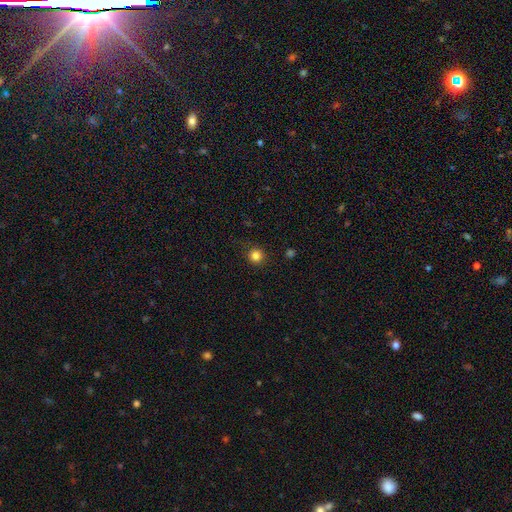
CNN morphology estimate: This appears to be a smooth galaxy with no disk features (83%) that is round (94%). Merging: none (89%).